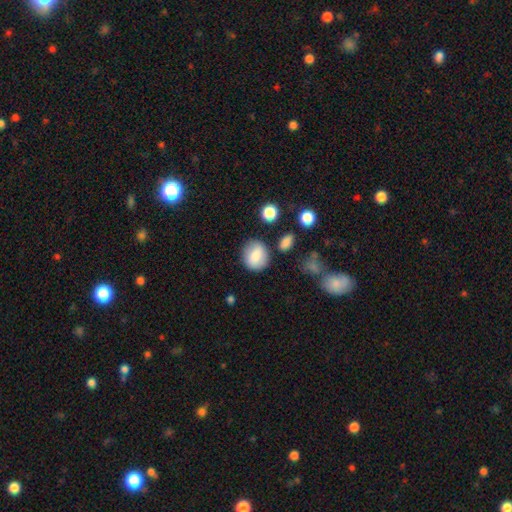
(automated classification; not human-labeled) This is likely a smooth galaxy (80%). How rounded: likely round (73%). Merging: likely none (78%).